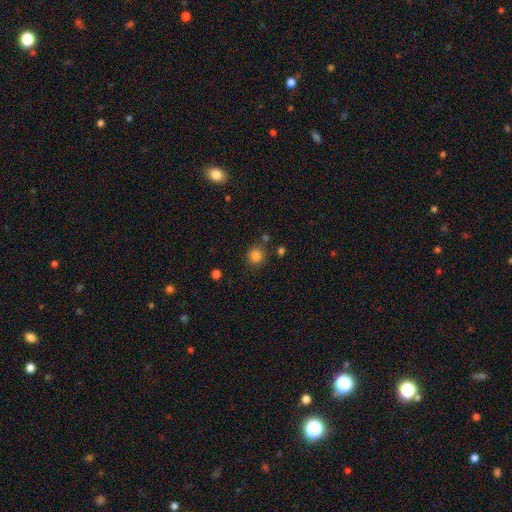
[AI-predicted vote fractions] This is clearly a smooth galaxy (84%). How rounded: clearly round (85%). Merging: likely none (80%).